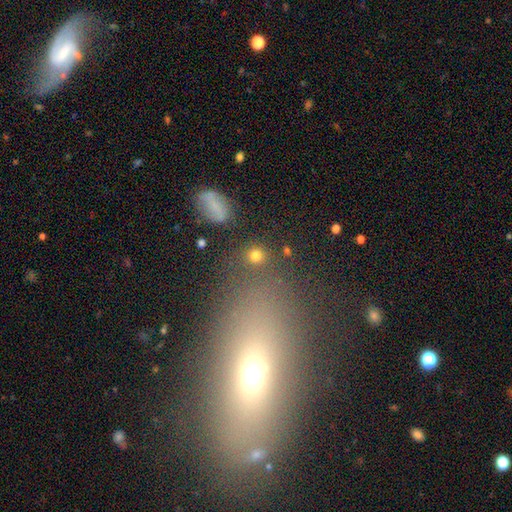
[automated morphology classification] Smooth or featured? Predicted: smooth (p=0.78). How rounded? Predicted: round (p=0.88). Merging? Predicted: none (p=0.83).